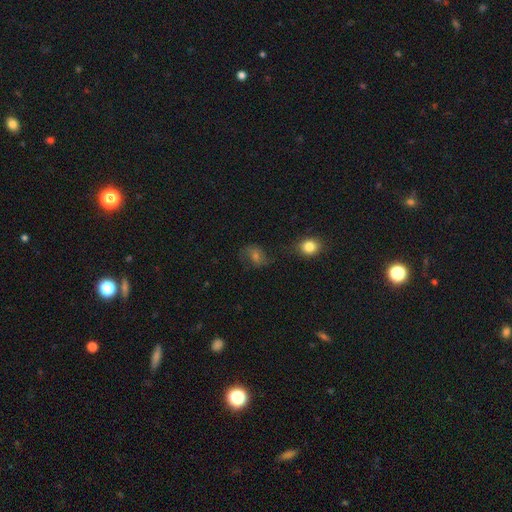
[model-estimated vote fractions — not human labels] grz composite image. It shows a smooth galaxy with no disk features (43%). Merging: none (60%).